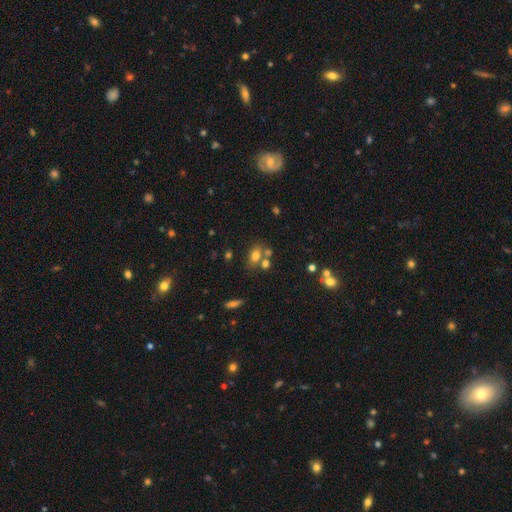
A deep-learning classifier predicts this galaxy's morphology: Smooth or featured: smooth — 72% (star or artifact — 15%)
How rounded: in between — 73% (round — 24%)
Merging: none — 51% (merger — 31%)